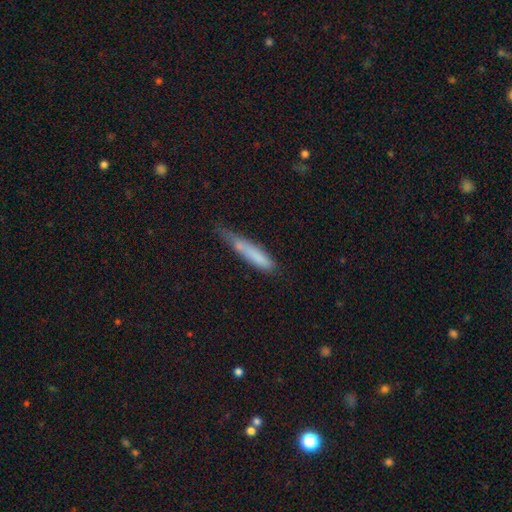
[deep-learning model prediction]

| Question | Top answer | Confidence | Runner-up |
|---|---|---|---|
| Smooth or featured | smooth | 76% | featured or disk (17%) |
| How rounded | cigar-shaped | 87% | in between (11%) |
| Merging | none | 46% | minor disturbance (34%) |